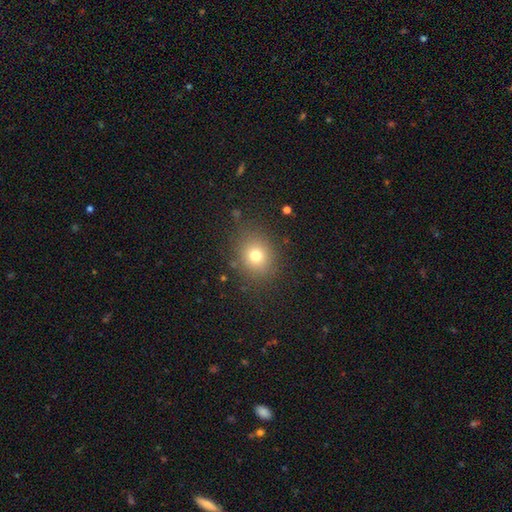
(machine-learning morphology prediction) Smooth or featured? Predicted: smooth (p=0.74). How rounded? Predicted: round (p=0.70). Merging? Predicted: none (p=0.83).